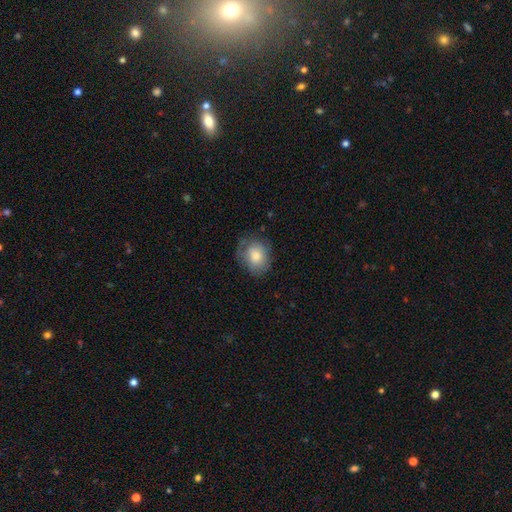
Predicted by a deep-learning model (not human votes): This appears to be a smooth galaxy with no disk features (75%) that is round (54%). Merging: none (63%).